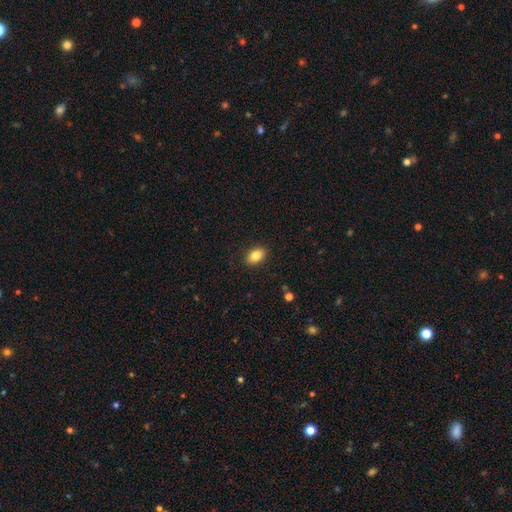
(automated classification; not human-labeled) This is clearly a smooth galaxy (84%). How rounded: clearly in between (83%). Merging: clearly none (89%).